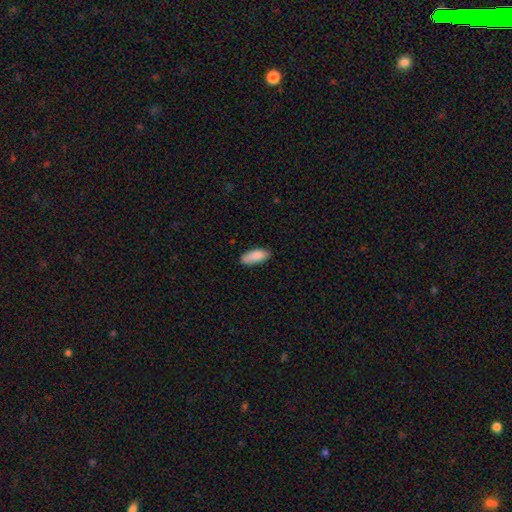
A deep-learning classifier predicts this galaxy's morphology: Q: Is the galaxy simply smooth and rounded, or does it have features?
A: smooth — 88%.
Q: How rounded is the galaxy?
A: in between — 78%.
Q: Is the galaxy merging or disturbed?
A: none — 83%.